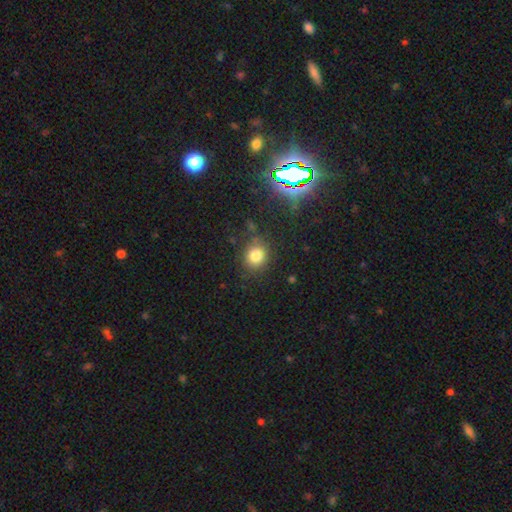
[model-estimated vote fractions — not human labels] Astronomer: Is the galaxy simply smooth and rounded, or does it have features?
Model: smooth — 78%.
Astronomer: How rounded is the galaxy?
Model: round — 77%.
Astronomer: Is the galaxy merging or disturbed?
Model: none — 77%.